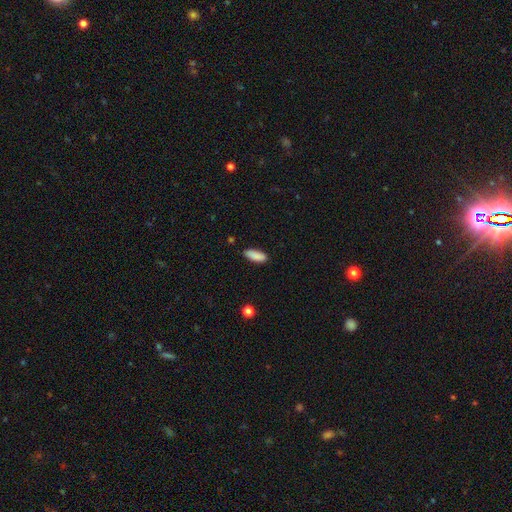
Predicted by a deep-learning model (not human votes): This appears to be a smooth galaxy with no disk features (89%) that is in between round and cigar-shaped (68%). Merging: none (84%).